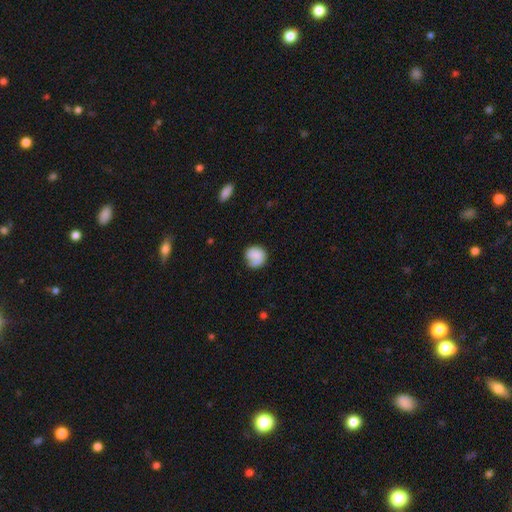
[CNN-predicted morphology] type=smooth (80%); roundness=round (83%); merging=none (63%).